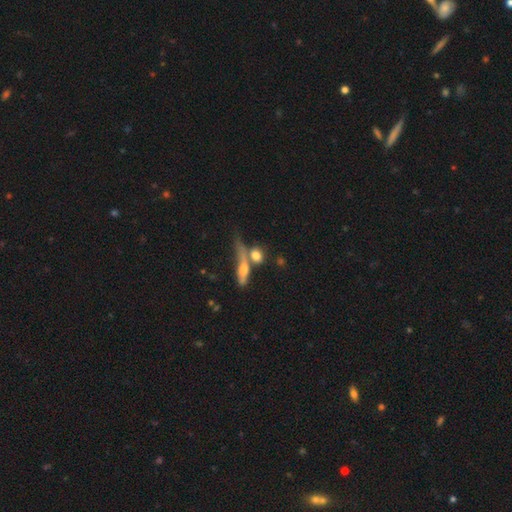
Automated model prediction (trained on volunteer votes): This appears to be a smooth galaxy with no disk features (70%) that is round (47%). Merging: none (46%).